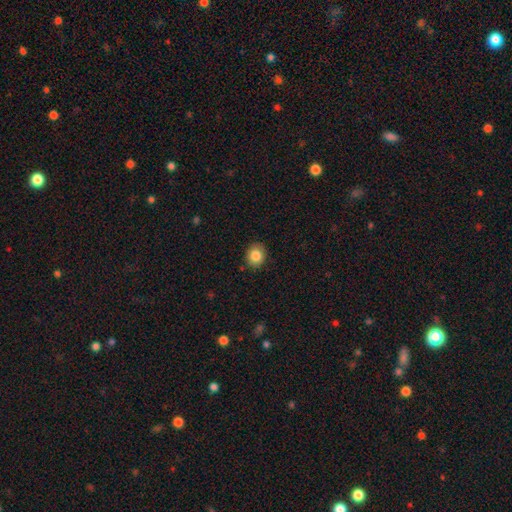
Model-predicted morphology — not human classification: type=smooth (84%); roundness=round (68%); merging=none (88%).